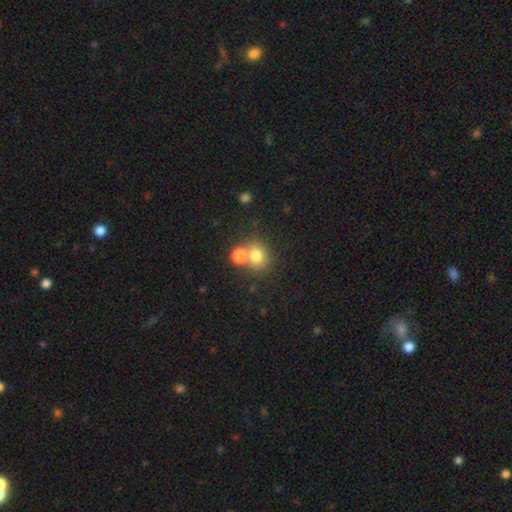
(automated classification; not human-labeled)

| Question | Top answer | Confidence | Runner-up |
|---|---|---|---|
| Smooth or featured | smooth | 76% | star or artifact (13%) |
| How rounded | round | 71% | in between (28%) |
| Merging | none | 49% | merger (39%) |